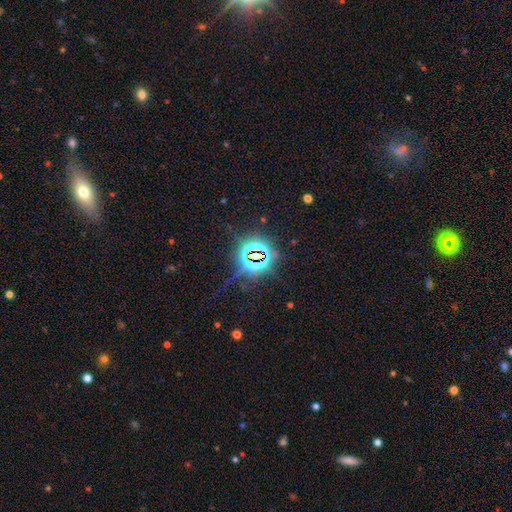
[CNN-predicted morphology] star or artifact 84%, smooth 8%, featured or disk 7%.